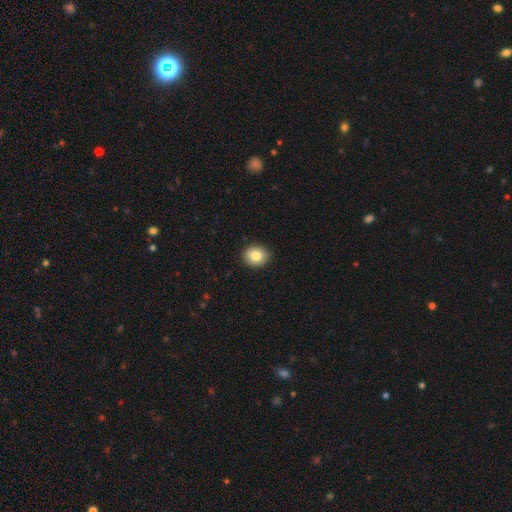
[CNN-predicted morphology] Smooth or featured? smooth (85%)
How rounded? round (61%)
Merging? none (90%)